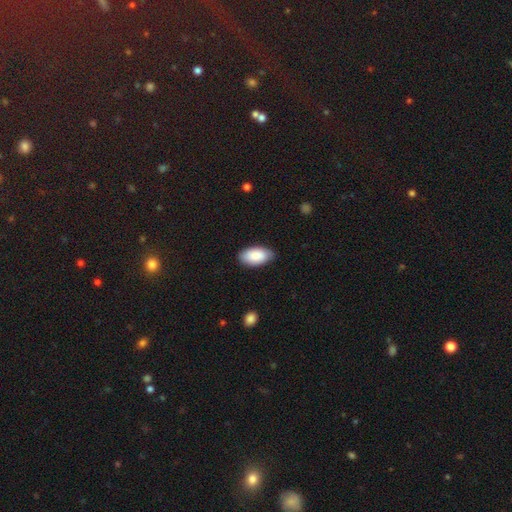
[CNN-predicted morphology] type=smooth (88%); roundness=in between (95%); merging=none (84%).